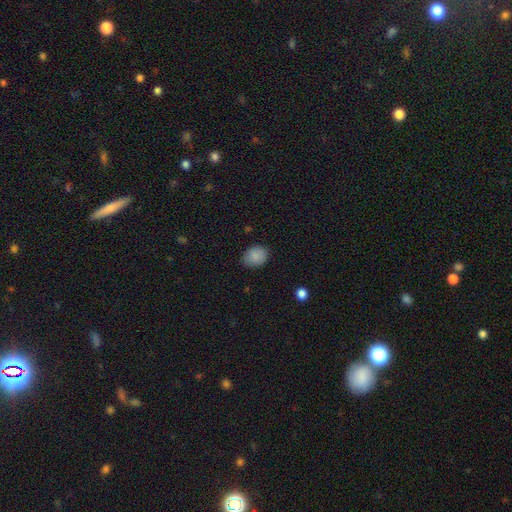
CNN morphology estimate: smooth 87%, star or artifact 8%, featured or disk 5%. Down the decision tree: how rounded — in between (54%); merging — none (81%).